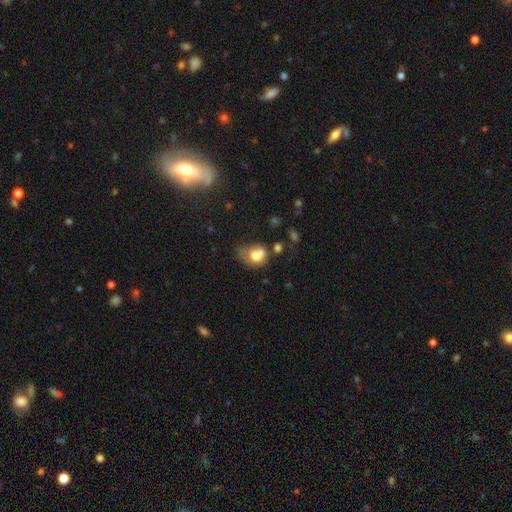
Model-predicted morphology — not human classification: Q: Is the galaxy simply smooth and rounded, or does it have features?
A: smooth — 69%.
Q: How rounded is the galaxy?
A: in between — 53%.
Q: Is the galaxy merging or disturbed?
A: merger — 44%.